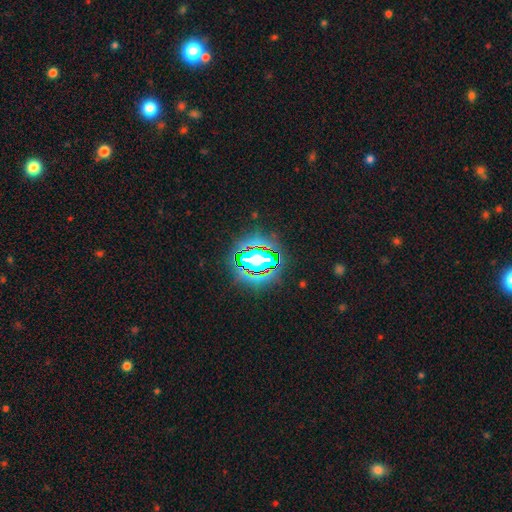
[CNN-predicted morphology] This appears to be a star or artifact, not a galaxy (79%).